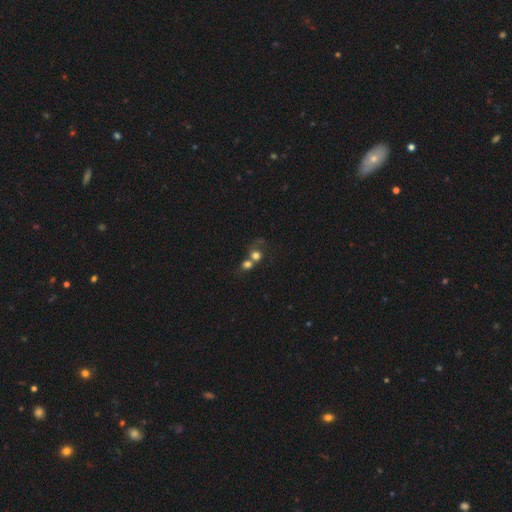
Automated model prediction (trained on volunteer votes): Smooth or featured? smooth (65%)
How rounded? round (75%)
Merging? merger (65%)